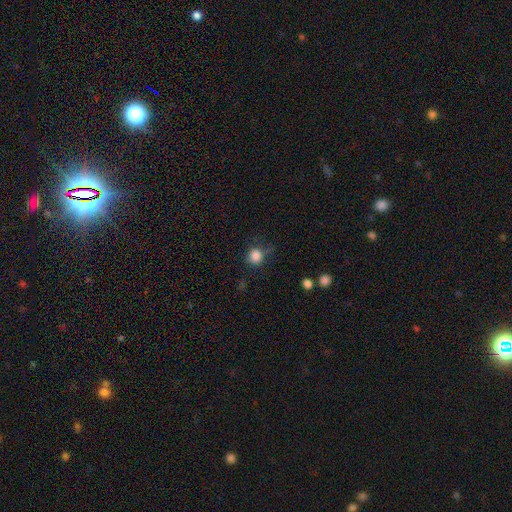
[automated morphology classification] smooth_or_featured: smooth (p=0.83) [alt: star or artifact p=0.11]
how_rounded: round (p=0.88) [alt: in between p=0.11]
merging: none (p=0.69) [alt: minor disturbance p=0.21]